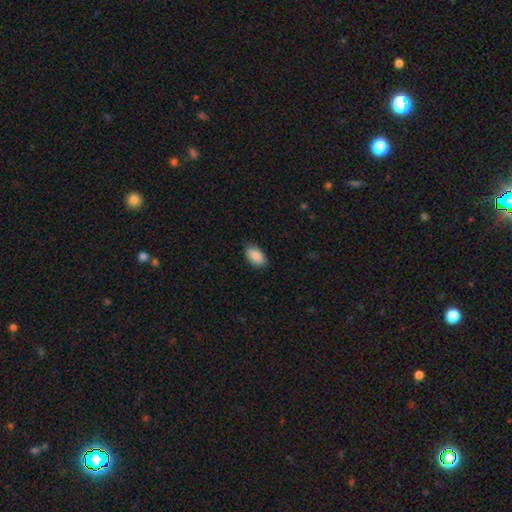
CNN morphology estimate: Smooth or featured? Predicted: smooth (p=0.89). How rounded? Predicted: in between (p=0.94). Merging? Predicted: none (p=0.82).